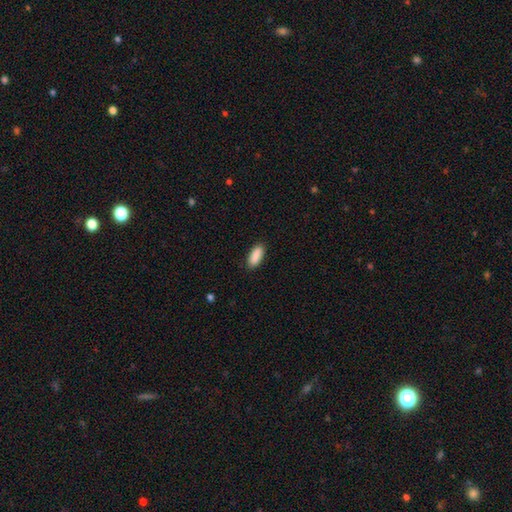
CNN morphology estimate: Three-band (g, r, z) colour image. It shows a smooth galaxy with no disk features (90%) that is in between round and cigar-shaped (79%). Merging: none (88%).